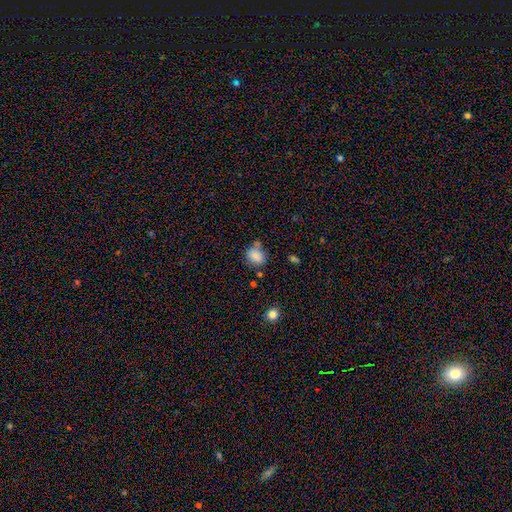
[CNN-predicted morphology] A smooth galaxy with no disk features (82%) that is in between round and cigar-shaped (57%).

Vote fractions:
- Smooth or featured? smooth: 82% / star or artifact: 10% / featured or disk: 7%
- How rounded? in between: 57% / round: 42% / cigar-shaped: 2%
- Merging? none: 60% / minor disturbance: 20% / merger: 14% / major disturbance: 6%